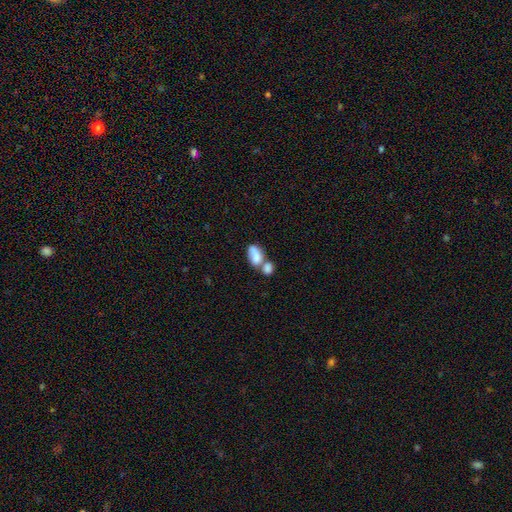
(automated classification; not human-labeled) This is likely a smooth galaxy (76%). How rounded: clearly in between (89%). Merging: likely merger (66%).